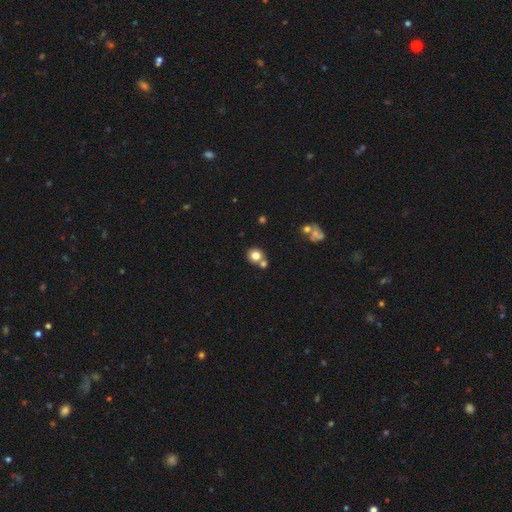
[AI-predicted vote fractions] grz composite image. It shows a smooth galaxy with no disk features (79%) that is round (88%). Merging: none (62%).